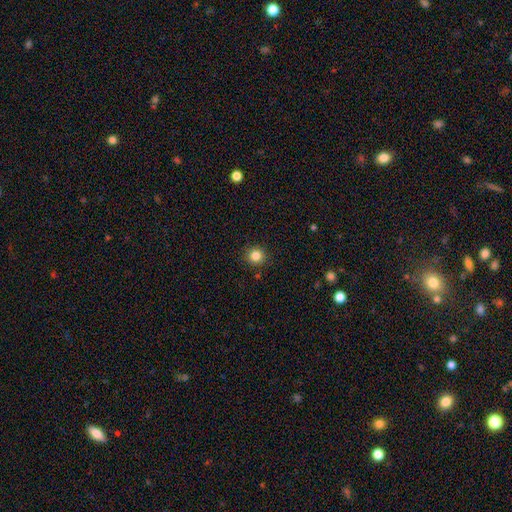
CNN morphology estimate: The model was most divided on "smooth or featured": smooth: 84%, star or artifact: 11%, featured or disk: 5%. More confident: how rounded — round (93%); merging — none (90%).